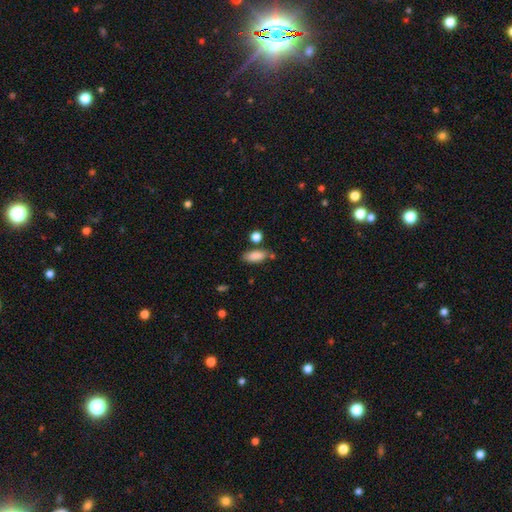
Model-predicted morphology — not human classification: Smooth or featured?
  - smooth: 87% *
  - star or artifact: 8%
  - featured or disk: 6%
How rounded?
  - in between: 84% *
  - cigar-shaped: 13%
  - round: 4%
Merging?
  - none: 72% *
  - minor disturbance: 15%
  - merger: 9%
  - major disturbance: 4%